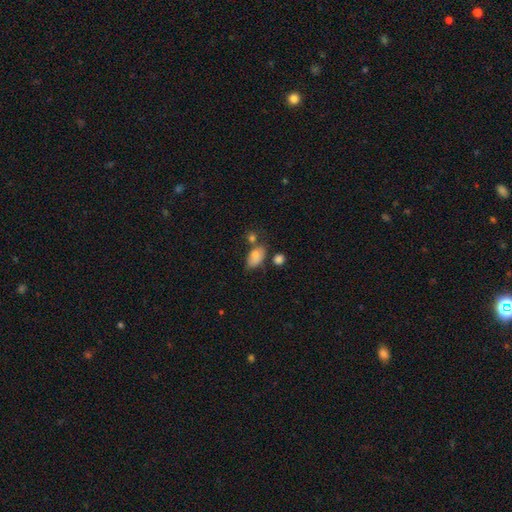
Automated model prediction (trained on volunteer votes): This is likely a smooth galaxy (75%). How rounded: clearly in between (87%). Merging: possibly none (47%).